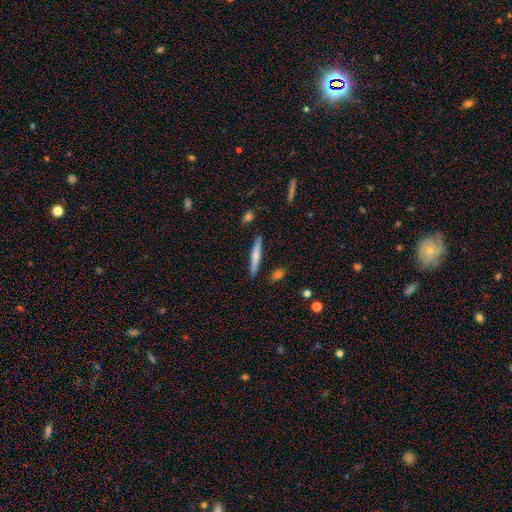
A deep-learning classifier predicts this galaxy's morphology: The model was most divided on "smooth or featured": smooth: 67%, featured or disk: 28%, star or artifact: 6%. More confident: how rounded — cigar-shaped (94%); merging — none (87%).